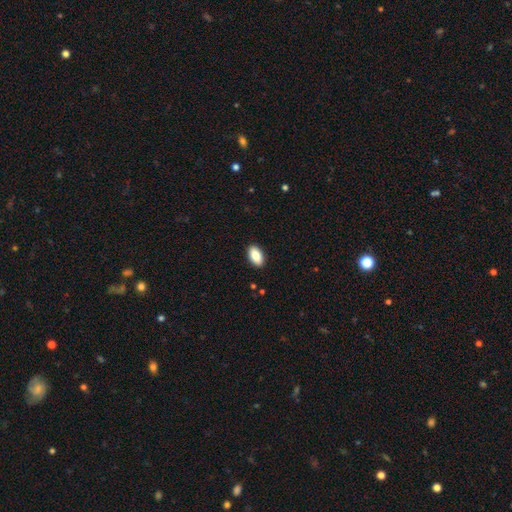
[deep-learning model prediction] Smooth or featured?
  - smooth: 86% *
  - featured or disk: 7%
  - star or artifact: 7%
How rounded?
  - in between: 94% *
  - round: 3%
  - cigar-shaped: 3%
Merging?
  - none: 90% *
  - minor disturbance: 7%
  - major disturbance: 2%
  - merger: 1%